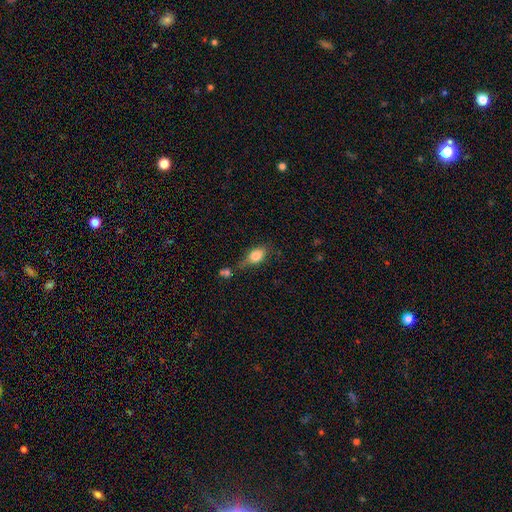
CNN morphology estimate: Smooth or featured: smooth — 76% (featured or disk — 16%)
How rounded: in between — 76% (round — 18%)
Merging: none — 44% (minor disturbance — 26%)